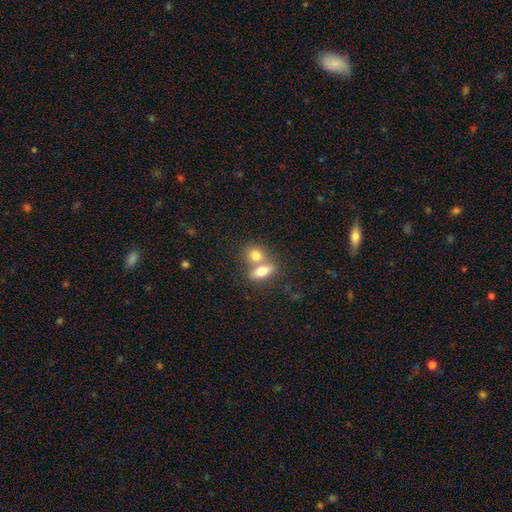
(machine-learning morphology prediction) A smooth galaxy with no disk features (79%) that is in between round and cigar-shaped (58%). Merging: merger (58%).